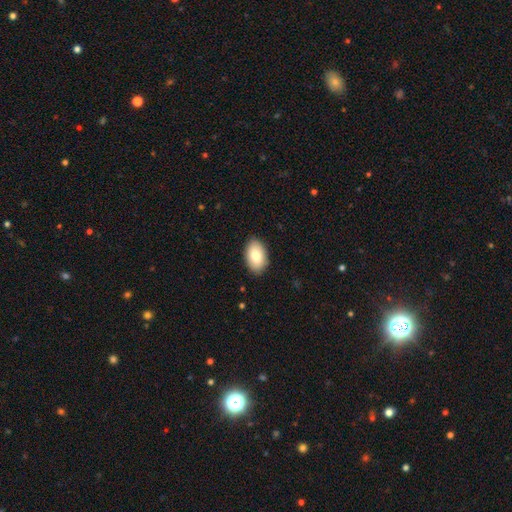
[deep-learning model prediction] Smooth or featured? Predicted: smooth (p=0.83). How rounded? Predicted: in between (p=0.93). Merging? Predicted: none (p=0.88).